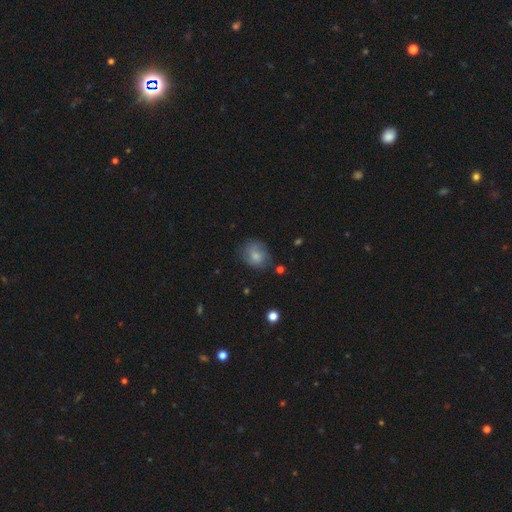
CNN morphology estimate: Overall: smooth (65%; featured or disk 26%). How rounded: round (62%; in between 37%). Merging: none (62%; minor disturbance 25%).